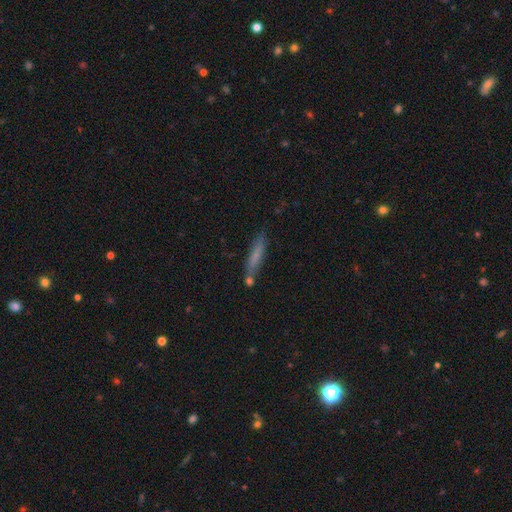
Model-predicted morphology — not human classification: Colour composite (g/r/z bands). It shows a smooth galaxy with no disk features (65%) that is cigar-shaped (88%). Merging: none (71%).